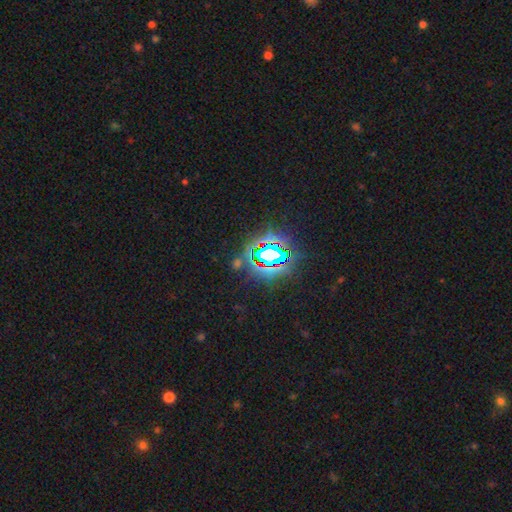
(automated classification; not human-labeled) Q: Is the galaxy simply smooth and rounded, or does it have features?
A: star or artifact — 85%.